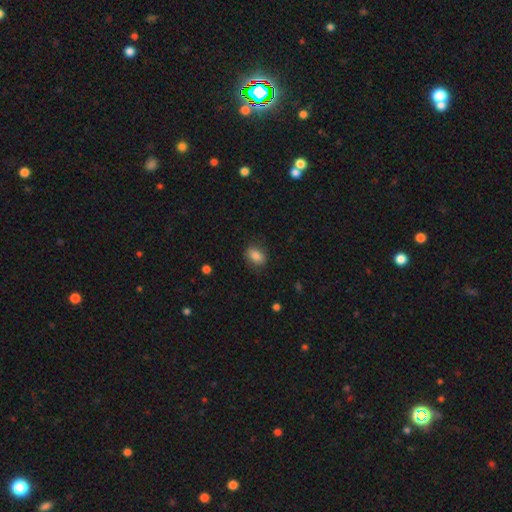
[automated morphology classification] The model was most divided on "how rounded": in between: 76%, round: 22%, cigar-shaped: 2%. More confident: smooth or featured — smooth (84%); merging — none (79%).